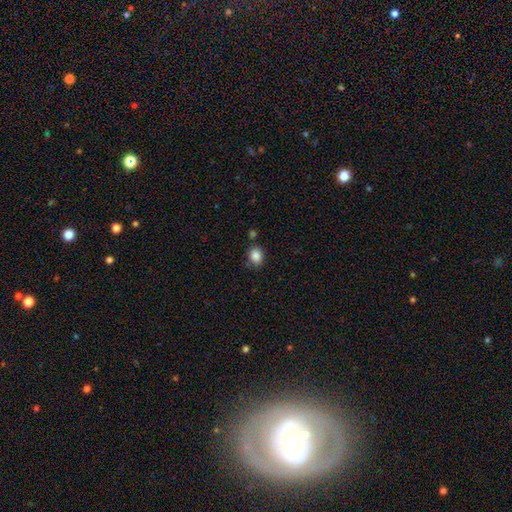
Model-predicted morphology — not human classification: A smooth galaxy with no disk features (86%) that is round (50%). Merging: none (77%).